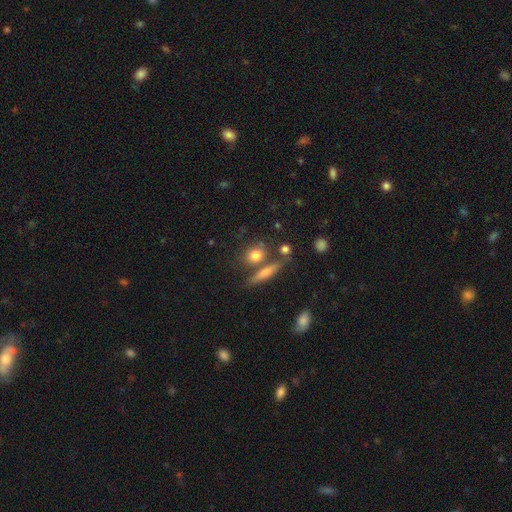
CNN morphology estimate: A smooth galaxy with no disk features (76%) that is round (55%). Merging: none (65%).